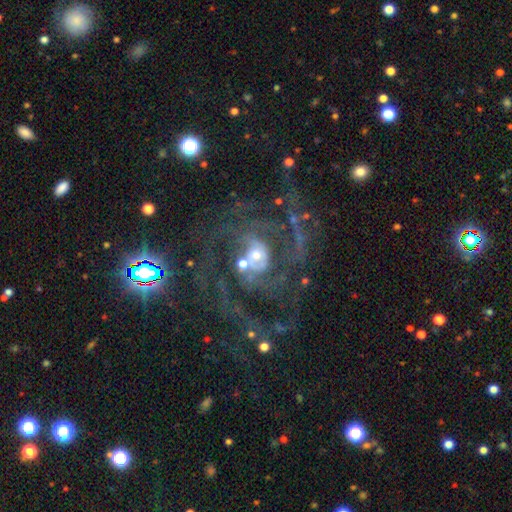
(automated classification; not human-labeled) smooth-or-featured: featured or disk: 85% | star or artifact: 9% | smooth: 6%
  disk-edge-on: no: 98% | yes: 2%
    bar: no: 58% | weak: 30% | strong: 12%
    has-spiral-arms: yes: 93% | no: 7%
      spiral-winding: medium: 43% | tight: 31% | loose: 26%
      spiral-arm-count: 2: 29% | can't tell: 23% | 3: 19% | 4: 11% | 1: 9% | more than 4: 9%
    bulge-size: small: 45% | moderate: 43% | large: 6% | none: 4% | dominant: 2%
  merging: none: 51% | major disturbance: 26% | minor disturbance: 14% | merger: 9%